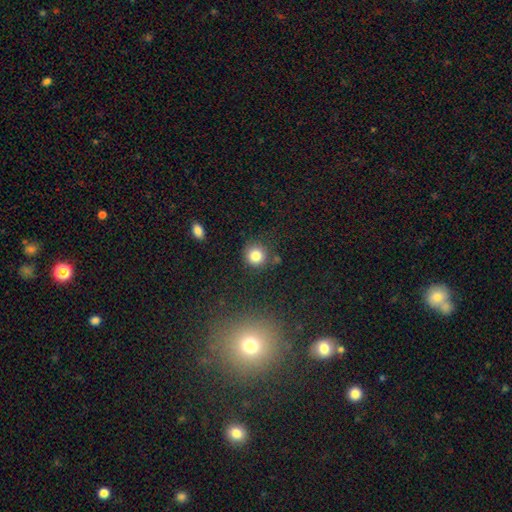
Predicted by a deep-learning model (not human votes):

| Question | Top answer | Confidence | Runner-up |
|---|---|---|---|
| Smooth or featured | smooth | 83% | star or artifact (11%) |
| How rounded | round | 92% | in between (7%) |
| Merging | none | 82% | minor disturbance (10%) |